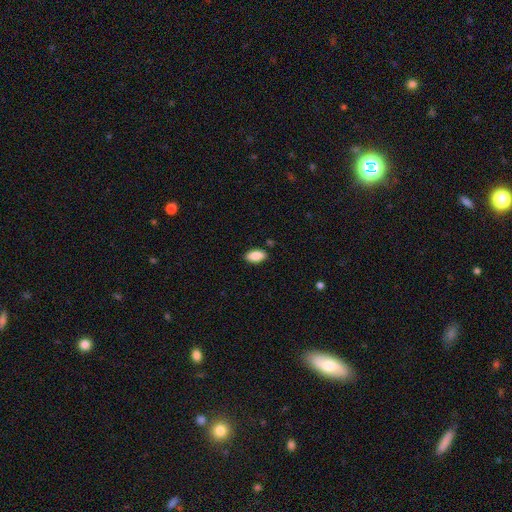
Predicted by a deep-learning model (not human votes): Smooth or featured? smooth (89%)
How rounded? in between (93%)
Merging? none (86%)